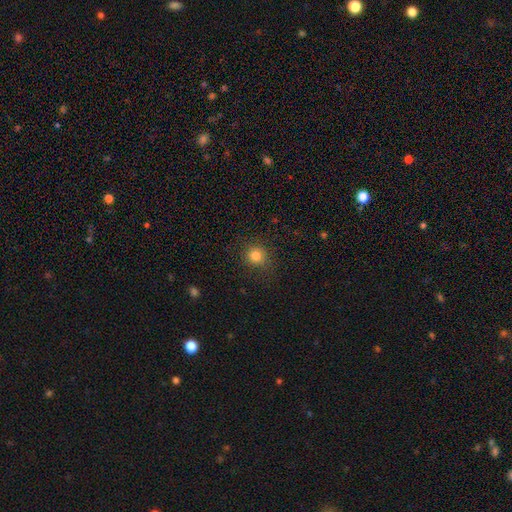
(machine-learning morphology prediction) The model was most divided on "smooth or featured": smooth: 81%, star or artifact: 14%, featured or disk: 6%. More confident: how rounded — round (89%); merging — none (86%).